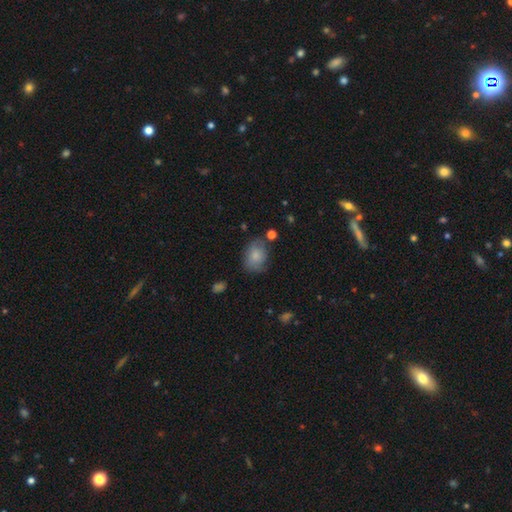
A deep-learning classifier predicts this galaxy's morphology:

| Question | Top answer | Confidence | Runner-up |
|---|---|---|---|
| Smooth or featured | smooth | 80% | featured or disk (13%) |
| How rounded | in between | 67% | round (32%) |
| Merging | none | 63% | minor disturbance (25%) |